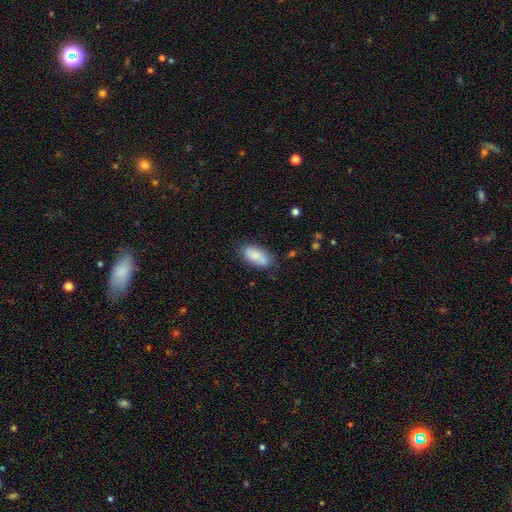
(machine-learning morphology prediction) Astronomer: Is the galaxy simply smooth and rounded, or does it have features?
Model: smooth — 83%.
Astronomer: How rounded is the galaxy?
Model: in between — 91%.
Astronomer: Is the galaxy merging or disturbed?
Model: none — 76%.